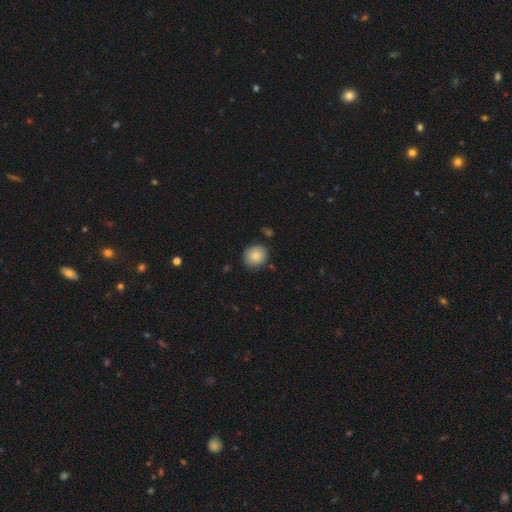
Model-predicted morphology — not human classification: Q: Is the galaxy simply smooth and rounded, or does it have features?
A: smooth — 84%.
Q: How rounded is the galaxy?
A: round — 78%.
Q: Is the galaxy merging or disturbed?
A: none — 83%.